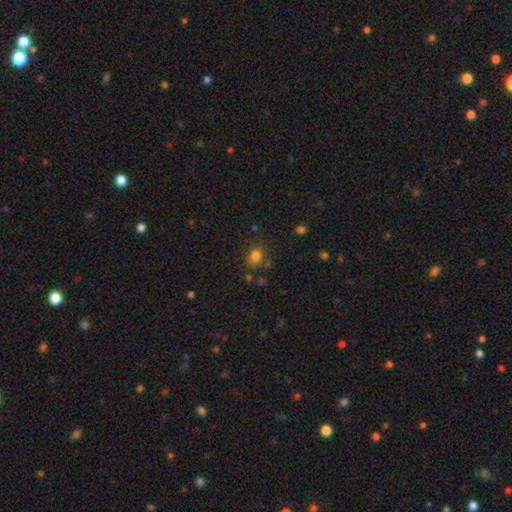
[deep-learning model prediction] A smooth galaxy with no disk features (77%) that is round (58%). Merging: none (68%).